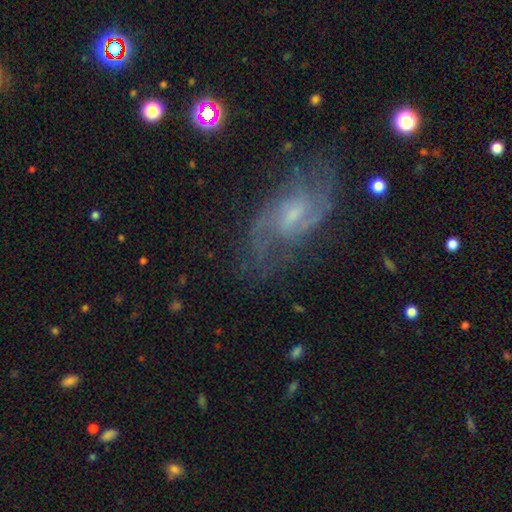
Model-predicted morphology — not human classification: A featured or disk galaxy (78%) with a weak bar (52%), 2 (71%) medium (50%) spiral arms (94%) and a small central bulge (56%). Merging: none (75%).